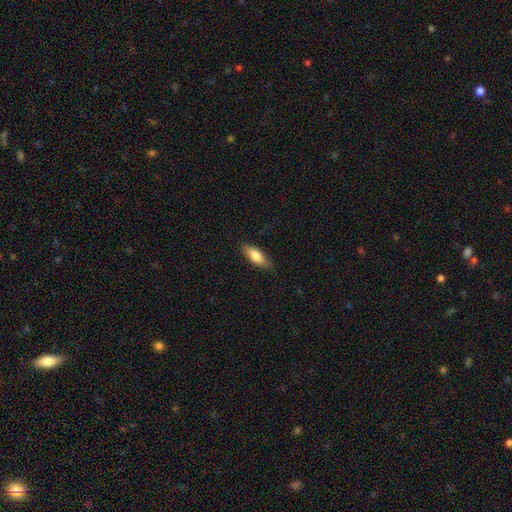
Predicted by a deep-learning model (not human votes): Smooth or featured: smooth — 78% (featured or disk — 16%)
How rounded: in between — 72% (cigar-shaped — 26%)
Merging: none — 81% (minor disturbance — 15%)